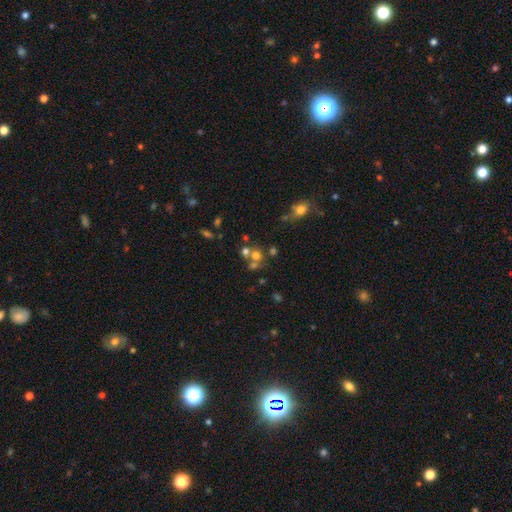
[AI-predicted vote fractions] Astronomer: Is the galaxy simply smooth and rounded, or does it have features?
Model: smooth — 58%.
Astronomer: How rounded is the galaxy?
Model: round — 79%.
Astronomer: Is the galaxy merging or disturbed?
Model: none — 47% (runner-up: merger, 40%).